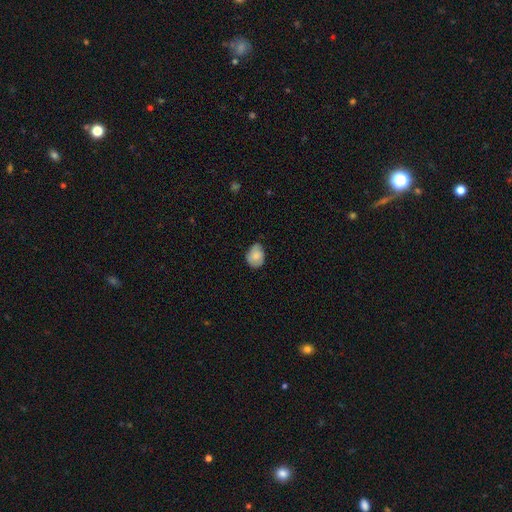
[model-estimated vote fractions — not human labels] Smooth or featured?
  - smooth: 77% *
  - featured or disk: 16%
  - star or artifact: 7%
How rounded?
  - in between: 60% *
  - round: 39%
  - cigar-shaped: 1%
Merging?
  - none: 61% *
  - minor disturbance: 33%
  - major disturbance: 5%
  - merger: 1%